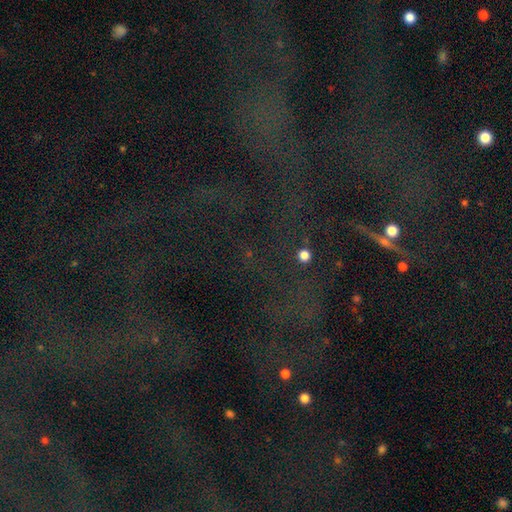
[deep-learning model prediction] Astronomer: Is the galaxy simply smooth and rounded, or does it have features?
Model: star or artifact — 80%.